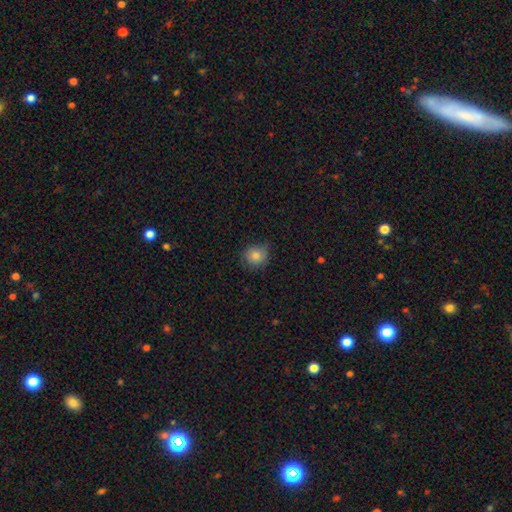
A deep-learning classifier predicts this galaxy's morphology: Smooth or featured: smooth — 80% (featured or disk — 10%)
How rounded: round — 85% (in between — 14%)
Merging: none — 69% (minor disturbance — 25%)